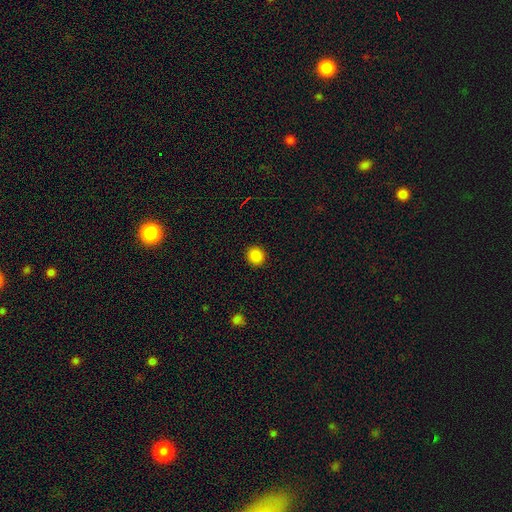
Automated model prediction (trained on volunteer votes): A smooth galaxy with no disk features (86%) that is round (86%). Merging: none (92%).